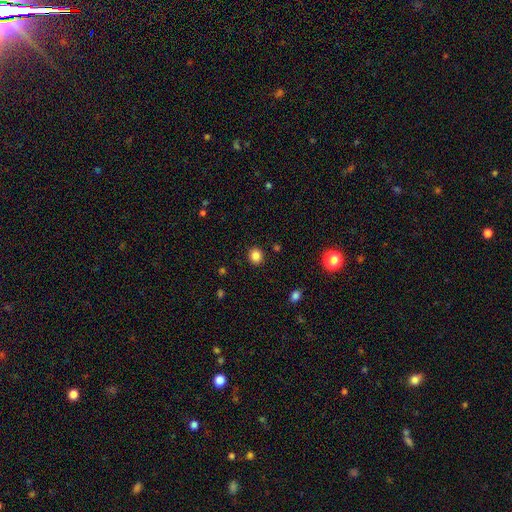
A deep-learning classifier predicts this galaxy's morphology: Smooth or featured? smooth (84%)
How rounded? round (82%)
Merging? none (90%)